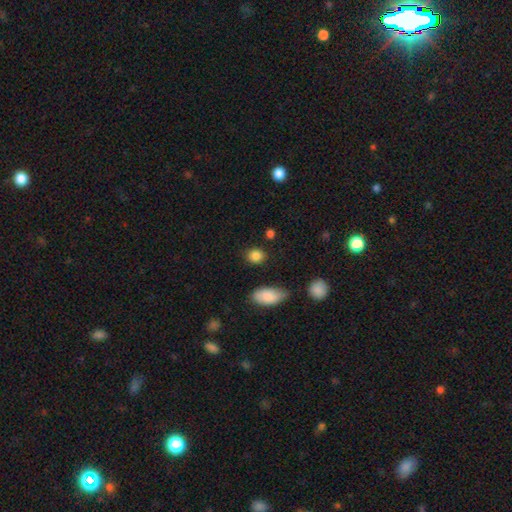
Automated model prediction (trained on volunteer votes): Overall: smooth (86%). How rounded: round (63%; in between 35%). Merging: none (84%).